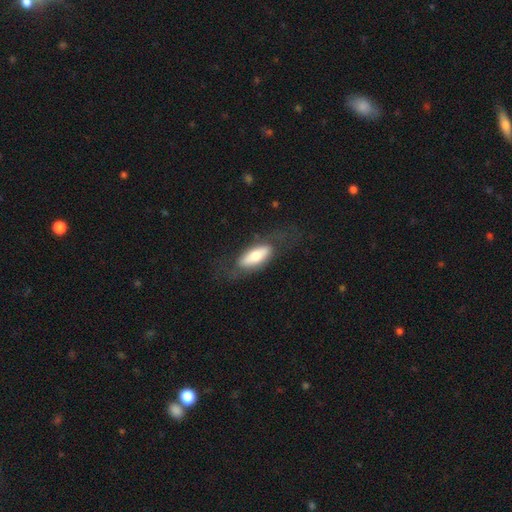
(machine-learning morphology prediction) Smooth or featured: smooth — 58% (featured or disk — 37%)
How rounded: in between — 75% (cigar-shaped — 22%)
Merging: none — 68% (minor disturbance — 17%)